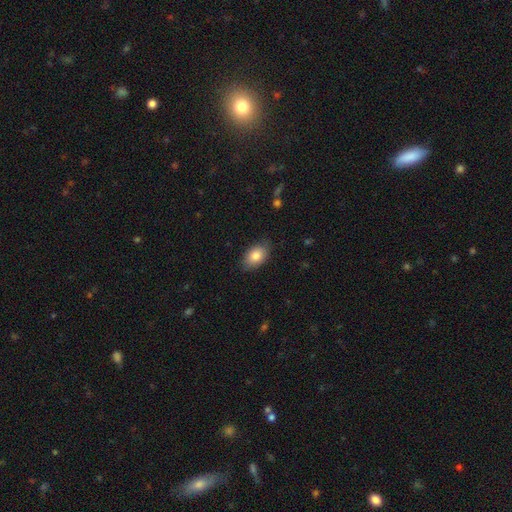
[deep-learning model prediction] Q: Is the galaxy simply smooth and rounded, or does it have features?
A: smooth — 83%.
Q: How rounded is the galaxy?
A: in between — 88%.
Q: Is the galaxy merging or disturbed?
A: none — 82%.